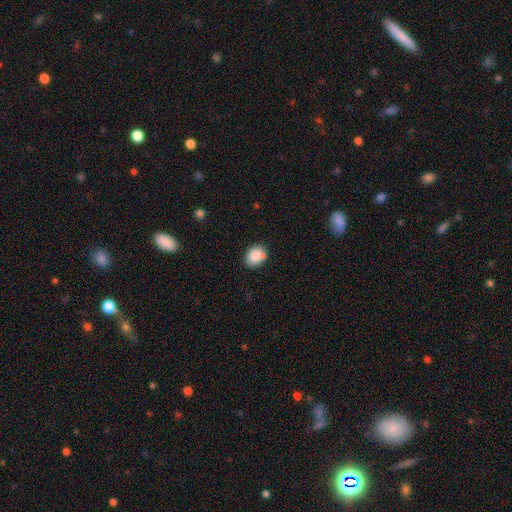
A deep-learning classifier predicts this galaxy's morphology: type=smooth (85%); roundness=round (53%); merging=none (74%).